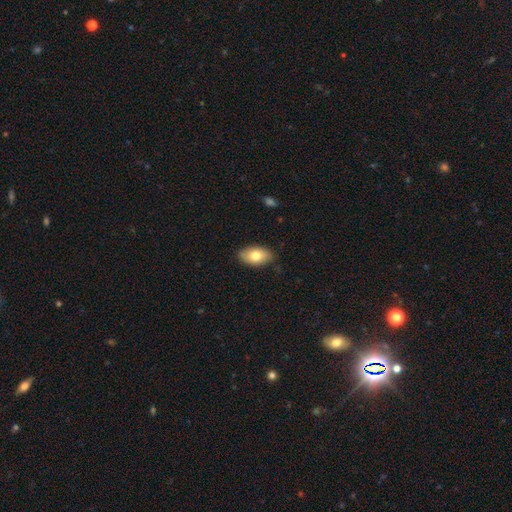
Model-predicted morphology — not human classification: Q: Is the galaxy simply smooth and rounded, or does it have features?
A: smooth — 75%.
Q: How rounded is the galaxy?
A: in between — 92%.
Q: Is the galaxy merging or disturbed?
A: none — 83%.